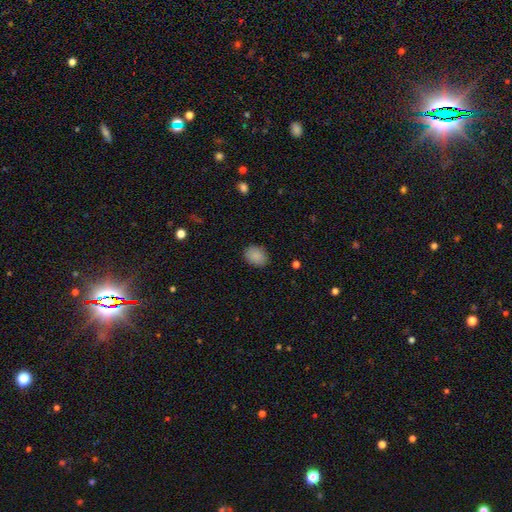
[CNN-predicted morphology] Smooth or featured? Predicted: smooth (p=0.88). How rounded? Predicted: in between (p=0.52). Merging? Predicted: none (p=0.86).